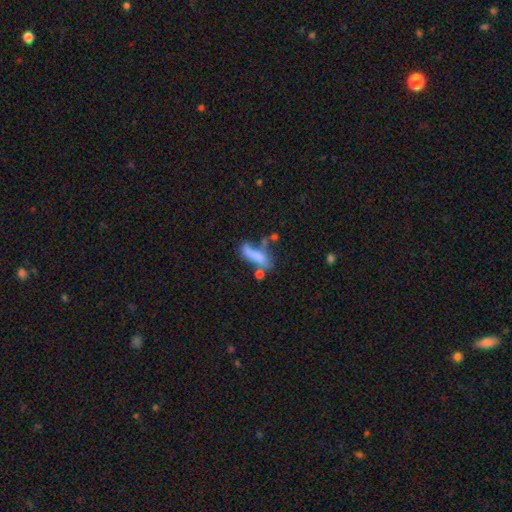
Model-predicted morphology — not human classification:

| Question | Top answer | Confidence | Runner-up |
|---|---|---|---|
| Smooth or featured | smooth | 65% | featured or disk (24%) |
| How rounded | in between | 52% | cigar-shaped (44%) |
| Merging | none | 31% | merger (28%) |